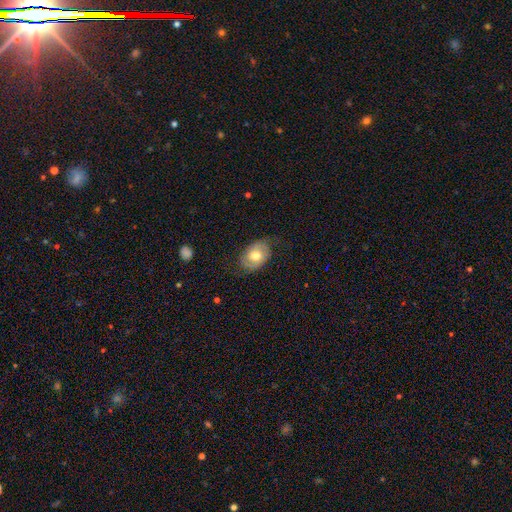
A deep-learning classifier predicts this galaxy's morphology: Smooth or featured? featured or disk (54%)
Edge-on disk? no (95%)
Bar? no (70%)
Spiral arms? yes (76%)
Bulge size? moderate (74%)
Merging? none (66%)